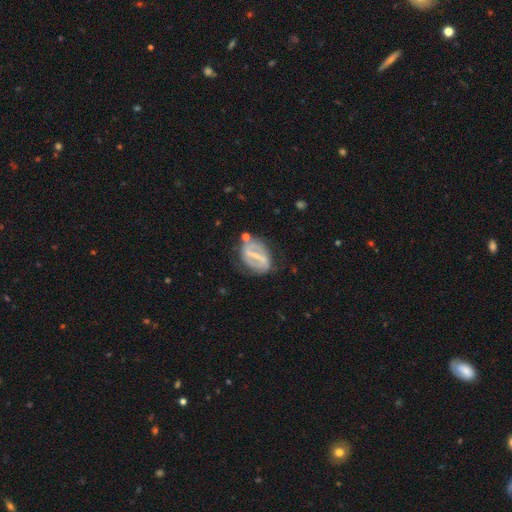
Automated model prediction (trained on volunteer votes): Smooth or featured: featured or disk — 72% (smooth — 21%)
Edge-on disk: no — 93% (yes — 7%)
Bar: strong — 68% (weak — 24%)
Spiral arms: yes — 62% (no — 38%)
Bulge size: small — 48% (none — 30%)
Merging: none — 64% (minor disturbance — 21%)